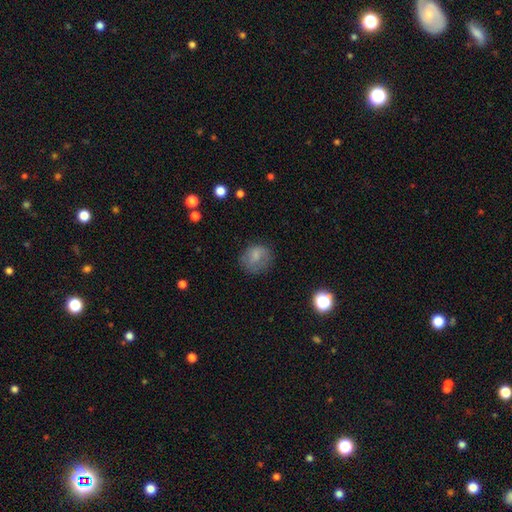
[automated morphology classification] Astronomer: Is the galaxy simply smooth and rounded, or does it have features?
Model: smooth — 76%.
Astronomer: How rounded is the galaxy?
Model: round — 67%.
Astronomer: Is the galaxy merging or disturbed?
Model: none — 66%.